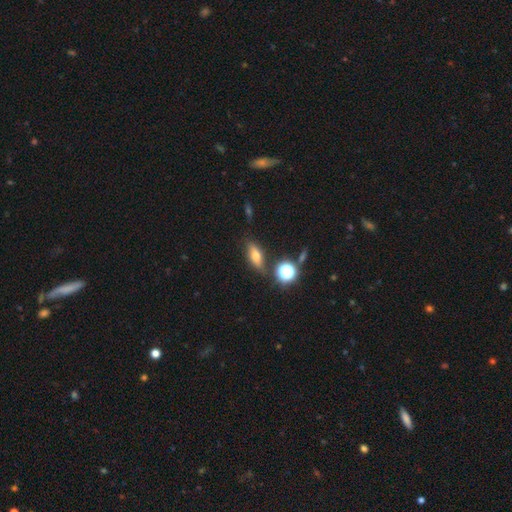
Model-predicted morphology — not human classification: Smooth or featured? Predicted: smooth (p=0.61). How rounded? Predicted: in between (p=0.62). Merging? Predicted: none (p=0.78).